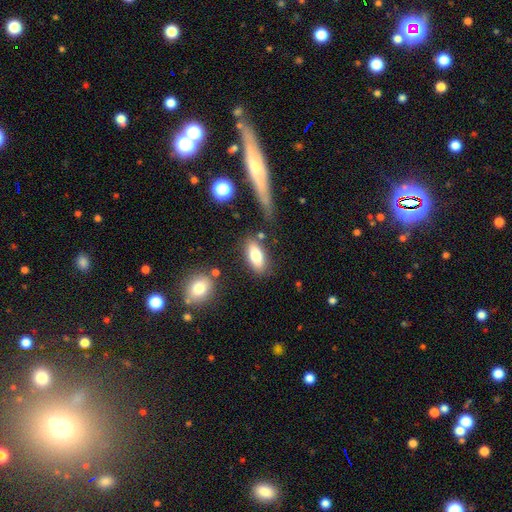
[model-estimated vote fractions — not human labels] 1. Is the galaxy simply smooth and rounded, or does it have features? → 78% smooth, 15% featured or disk, 7% star or artifact.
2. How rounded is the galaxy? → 82% in between, 15% cigar-shaped, 3% round.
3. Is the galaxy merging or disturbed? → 78% none, 13% minor disturbance, 6% merger, 4% major disturbance.